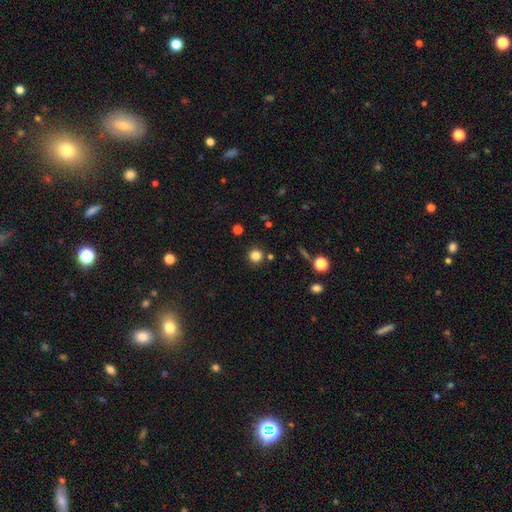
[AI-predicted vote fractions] smooth-or-featured: smooth: 82% | star or artifact: 13% | featured or disk: 5%
  how-rounded: round: 94% | in between: 5% | cigar-shaped: 1%
  merging: none: 86% | minor disturbance: 7% | merger: 5% | major disturbance: 2%